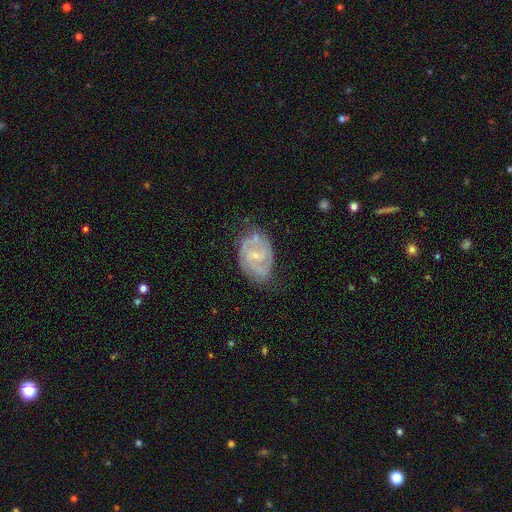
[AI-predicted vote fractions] Q: Smooth or featured?
A: featured or disk (80%); runner-up: smooth (14%)
Q: Edge-on disk?
A: no (97%); runner-up: yes (3%)
Q: Bar?
A: weak (52%); runner-up: no (36%)
Q: Spiral arms?
A: yes (91%); runner-up: no (9%)
Q: Spiral winding?
A: tight (44%); tied with: medium (44%)
Q: Spiral arm count?
A: 2 (59%); runner-up: can't tell (20%)
Q: Bulge size?
A: small (68%); runner-up: moderate (24%)
Q: Merging?
A: none (59%); runner-up: minor disturbance (28%)